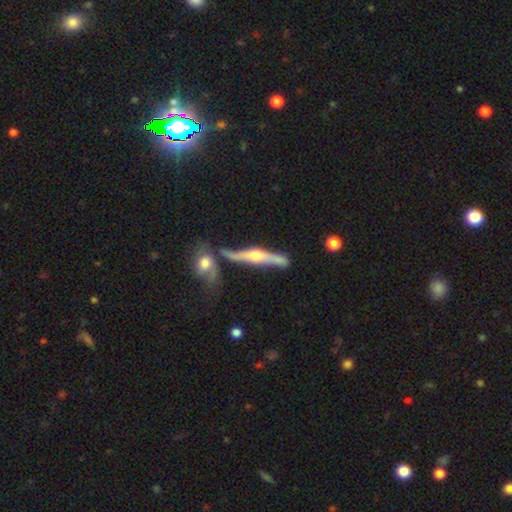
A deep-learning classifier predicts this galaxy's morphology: This appears to be a featured or disk galaxy (80%) viewed edge-on (92%) with a rounded central bulge (92%). Merging: none (62%).